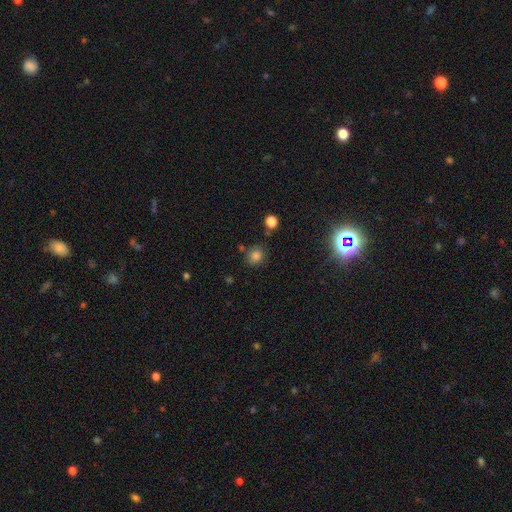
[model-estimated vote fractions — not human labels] smooth_or_featured: smooth (p=0.81) [alt: star or artifact p=0.14]
how_rounded: round (p=0.82) [alt: in between p=0.17]
merging: none (p=0.77) [alt: minor disturbance p=0.13]